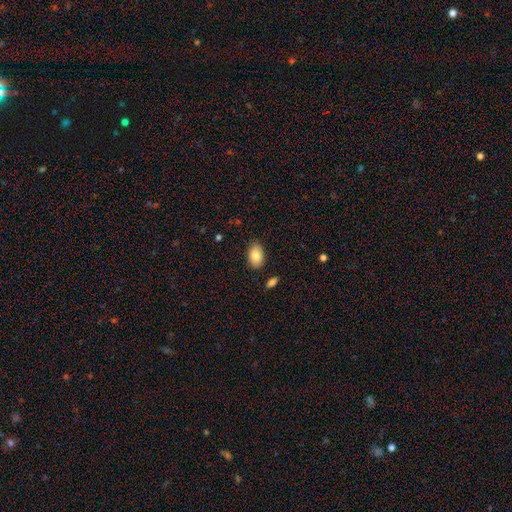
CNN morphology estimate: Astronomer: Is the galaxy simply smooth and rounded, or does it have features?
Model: smooth — 83%.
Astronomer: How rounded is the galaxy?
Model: in between — 90%.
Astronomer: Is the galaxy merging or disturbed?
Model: none — 85%.